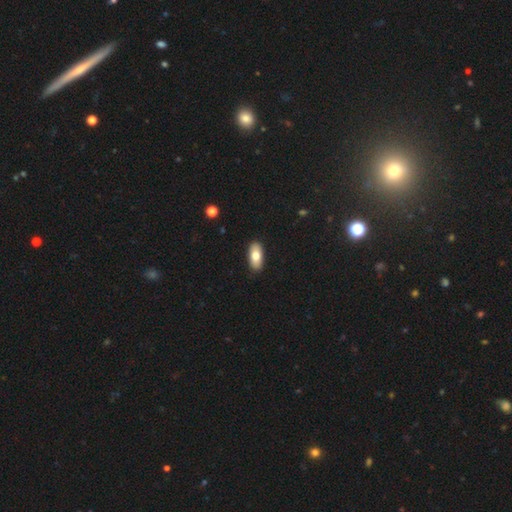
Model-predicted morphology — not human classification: Q: Smooth or featured?
A: smooth (79%); runner-up: featured or disk (15%)
Q: How rounded?
A: in between (90%); runner-up: cigar-shaped (8%)
Q: Merging?
A: none (90%); runner-up: minor disturbance (7%)